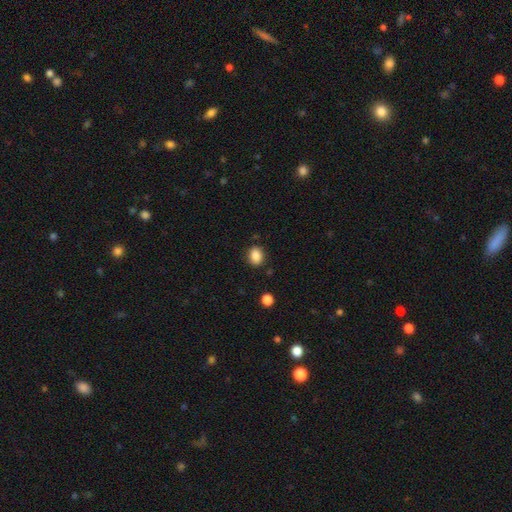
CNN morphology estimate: This is clearly a smooth galaxy (86%). How rounded: possibly in between (52%). Merging: clearly none (86%).